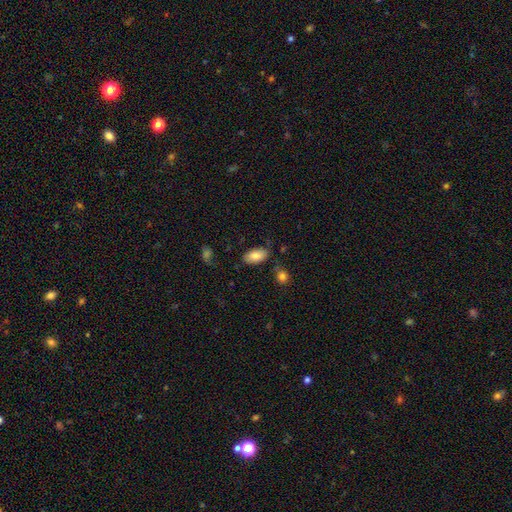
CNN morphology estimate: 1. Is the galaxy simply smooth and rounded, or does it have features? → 81% smooth, 12% featured or disk, 7% star or artifact.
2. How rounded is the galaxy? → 94% in between, 3% round, 3% cigar-shaped.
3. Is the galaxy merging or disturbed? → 73% none, 18% minor disturbance, 4% major disturbance, 4% merger.